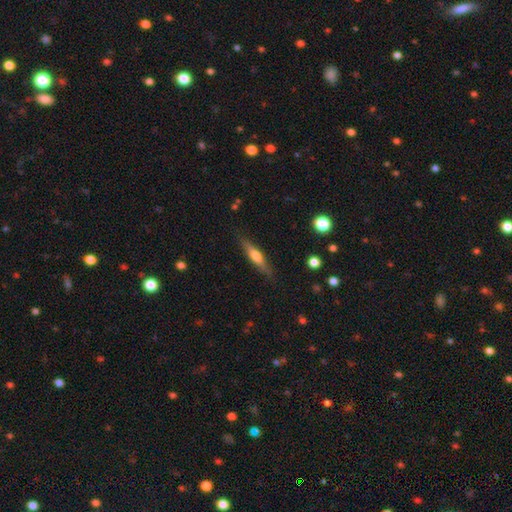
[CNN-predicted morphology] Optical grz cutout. It shows a featured or disk galaxy (52%) viewed edge-on (93%). Merging: none (84%).